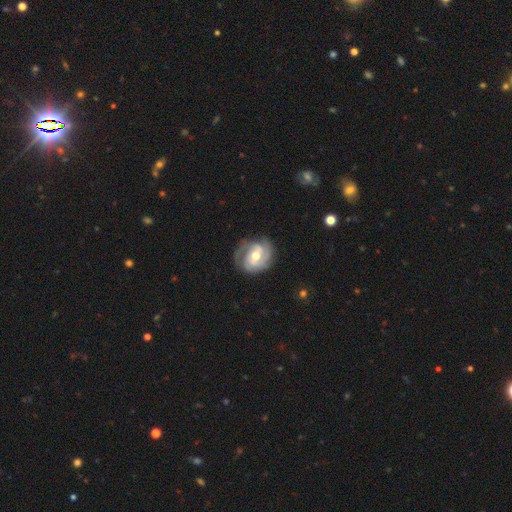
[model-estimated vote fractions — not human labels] Smooth or featured? Predicted: featured or disk (p=0.86). Edge-on disk? Predicted: no (p=0.98). Bar? Predicted: no (p=0.46). Spiral arms? Predicted: yes (p=0.96). Spiral winding? Predicted: tight (p=0.56). Spiral arm count? Predicted: 3 (p=0.39). Bulge size? Predicted: moderate (p=0.75). Merging? Predicted: none (p=0.72).